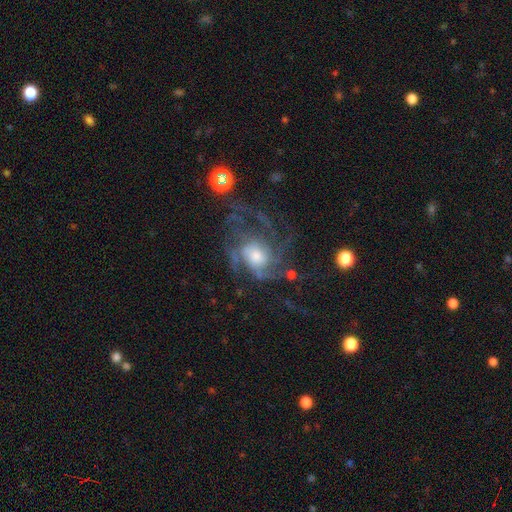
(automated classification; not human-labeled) Q: Smooth or featured?
A: featured or disk (83%); runner-up: star or artifact (9%)
Q: Edge-on disk?
A: no (97%); runner-up: yes (3%)
Q: Bar?
A: no (71%); runner-up: weak (24%)
Q: Spiral arms?
A: yes (94%); runner-up: no (6%)
Q: Spiral winding?
A: medium (46%); runner-up: tight (34%)
Q: Spiral arm count?
A: can't tell (26%); runner-up: 3 (23%)
Q: Bulge size?
A: moderate (52%); runner-up: small (23%)
Q: Merging?
A: none (53%); runner-up: major disturbance (28%)